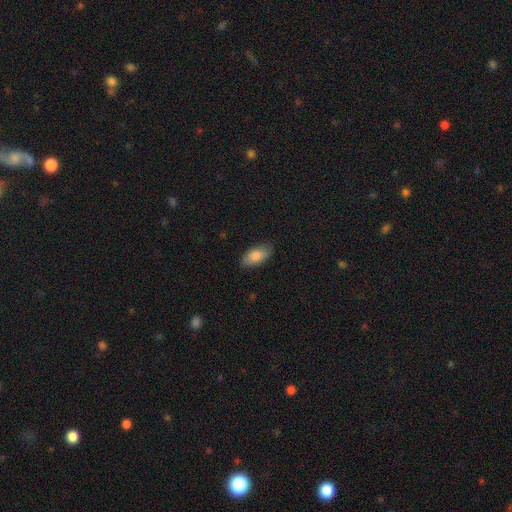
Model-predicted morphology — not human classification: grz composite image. It shows a smooth galaxy with no disk features (84%) that is in between round and cigar-shaped (92%). Merging: none (85%).